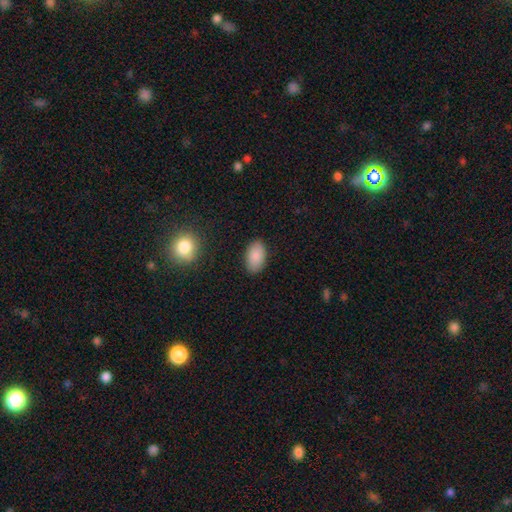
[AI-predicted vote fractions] A smooth galaxy with no disk features (87%) that is in between round and cigar-shaped (94%). Merging: none (87%).